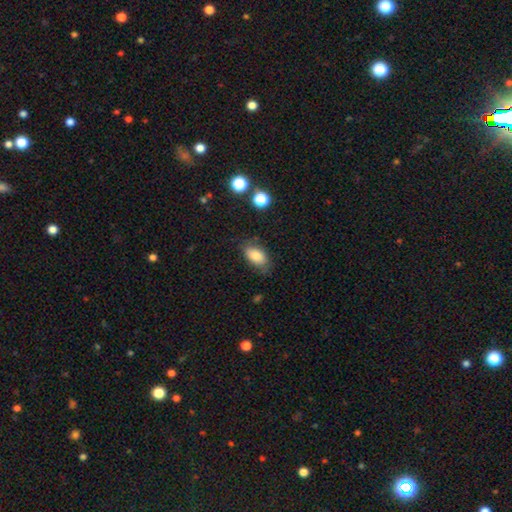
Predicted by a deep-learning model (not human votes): Smooth or featured? smooth (81%)
How rounded? in between (90%)
Merging? none (71%)